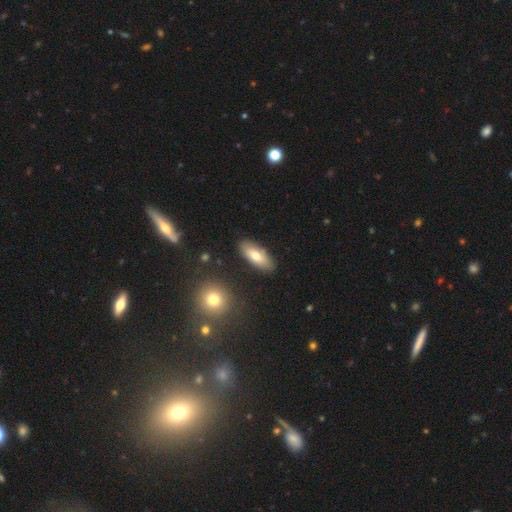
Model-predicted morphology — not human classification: Smooth or featured: smooth — 71% (featured or disk — 23%)
How rounded: in between — 80% (cigar-shaped — 18%)
Merging: none — 86% (minor disturbance — 10%)